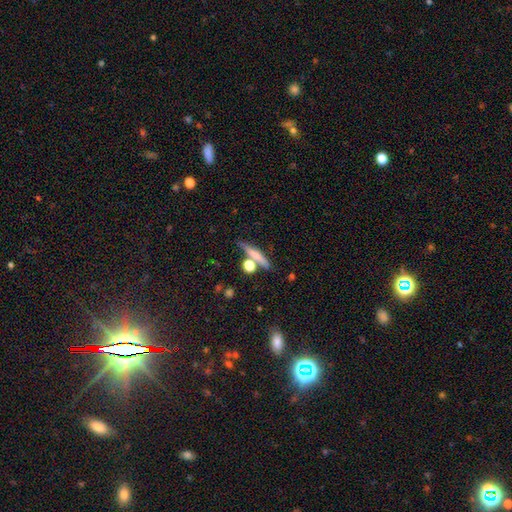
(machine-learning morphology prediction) Smooth or featured? Predicted: smooth (p=0.66). How rounded? Predicted: cigar-shaped (p=0.76). Merging? Predicted: none (p=0.69).